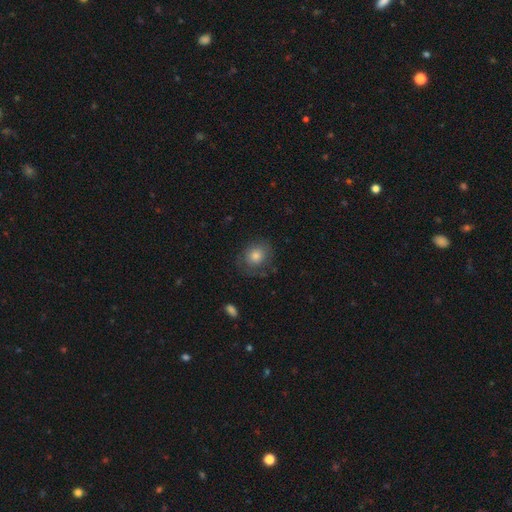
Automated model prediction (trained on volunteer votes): A smooth galaxy with no disk features (73%) that is round (72%).

Vote fractions:
- Smooth or featured? smooth: 73% / featured or disk: 17% / star or artifact: 11%
- How rounded? round: 72% / in between: 27% / cigar-shaped: 1%
- Merging? none: 73% / minor disturbance: 18% / major disturbance: 8% / merger: 1%